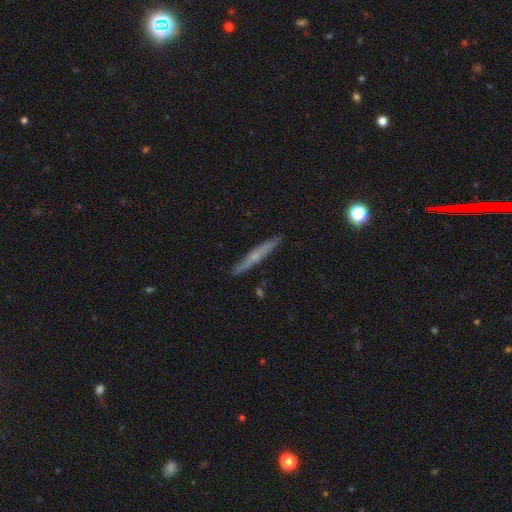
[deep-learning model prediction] Smooth or featured? featured or disk (54%)
Edge-on disk? yes (94%)
Edge-on bulge? rounded (51%)
Merging? none (88%)